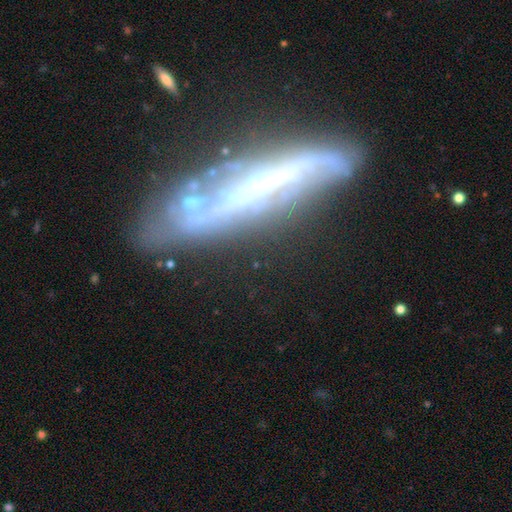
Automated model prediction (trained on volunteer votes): Smooth or featured? Predicted: featured or disk (p=0.75). Edge-on disk? Predicted: yes (p=0.62). Merging? Predicted: none (p=0.64).